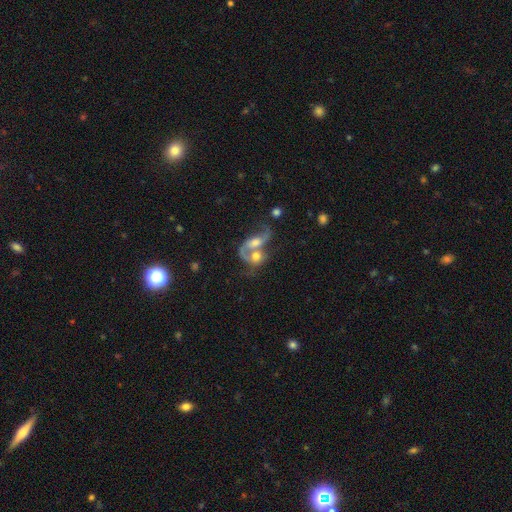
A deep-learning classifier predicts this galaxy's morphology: Smooth or featured? featured or disk (66%)
Edge-on disk? no (94%)
Bar? no (57%)
Spiral arms? yes (77%)
Bulge size? moderate (56%)
Merging? merger (73%)